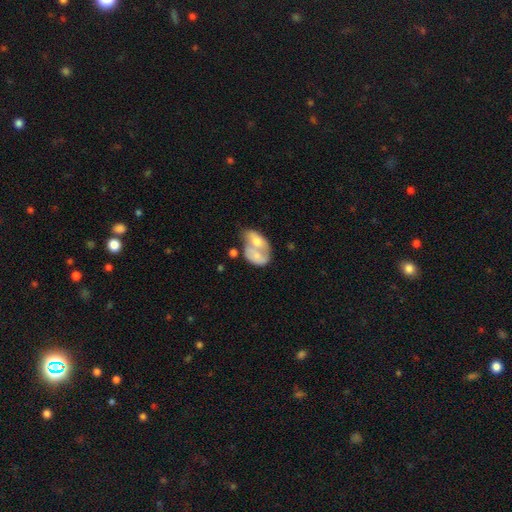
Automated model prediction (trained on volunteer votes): smooth-or-featured: smooth: 59% | featured or disk: 34% | star or artifact: 6%
  how-rounded: in between: 82% | round: 17% | cigar-shaped: 2%
  merging: merger: 73% | none: 11% | major disturbance: 8% | minor disturbance: 8%